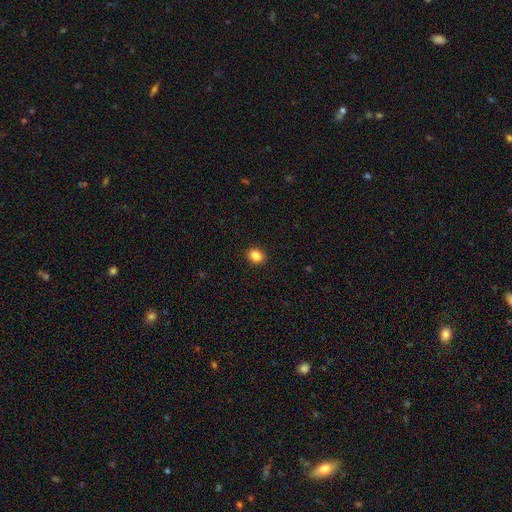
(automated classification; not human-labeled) Smooth or featured? Predicted: smooth (p=0.86). How rounded? Predicted: round (p=0.65). Merging? Predicted: none (p=0.92).